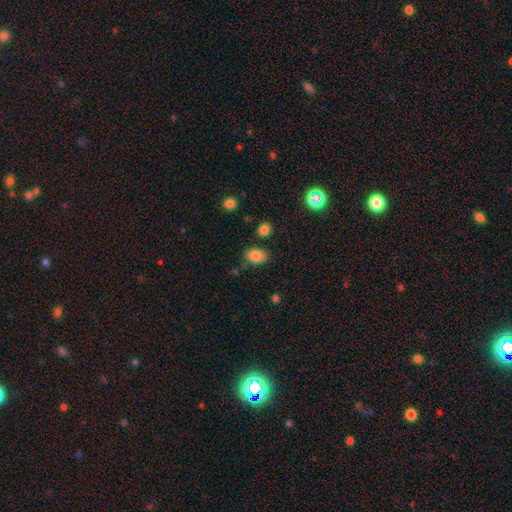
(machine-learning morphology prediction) This is clearly a smooth galaxy (84%). How rounded: likely in between (77%). Merging: likely none (76%).